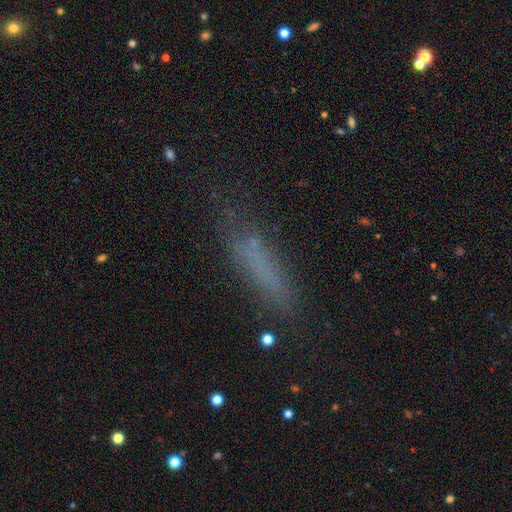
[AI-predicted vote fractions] A smooth galaxy with no disk features (62%) that is cigar-shaped (76%). Merging: none (66%).